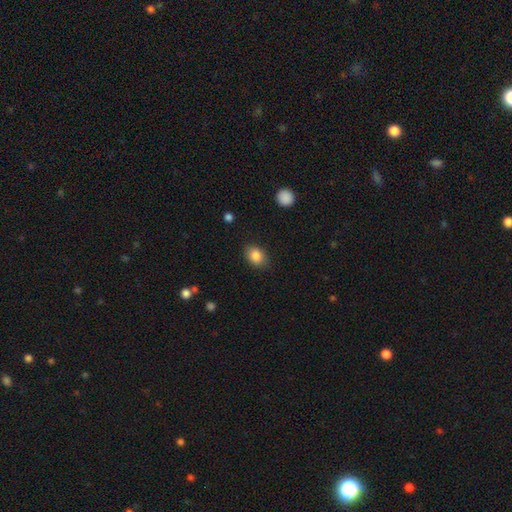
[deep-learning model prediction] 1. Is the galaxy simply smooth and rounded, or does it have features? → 86% smooth, 8% star or artifact, 6% featured or disk.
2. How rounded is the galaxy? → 68% in between, 31% round, 1% cigar-shaped.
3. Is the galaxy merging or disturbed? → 82% none, 14% minor disturbance, 3% major disturbance, 1% merger.